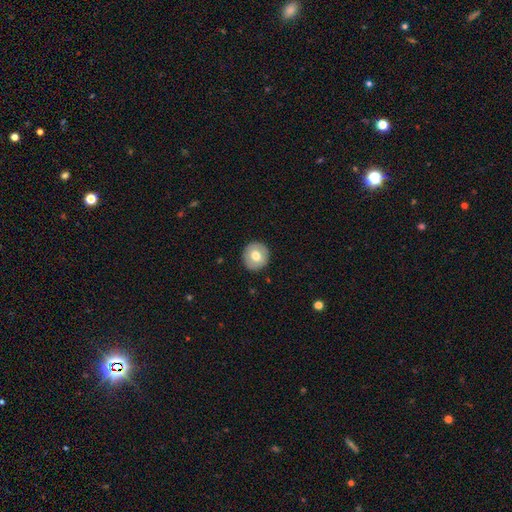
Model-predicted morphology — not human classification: type=smooth (66%); roundness=round (92%); merging=none (91%).